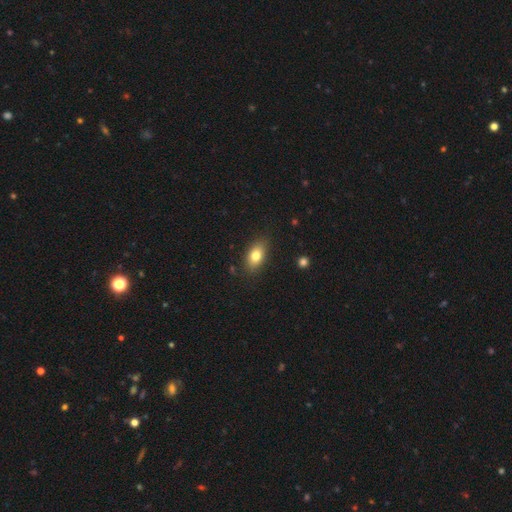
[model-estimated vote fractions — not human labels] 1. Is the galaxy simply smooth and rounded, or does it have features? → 79% smooth, 12% featured or disk, 8% star or artifact.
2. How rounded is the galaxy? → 87% in between, 9% round, 4% cigar-shaped.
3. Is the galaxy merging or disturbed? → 83% none, 12% minor disturbance, 3% major disturbance, 1% merger.